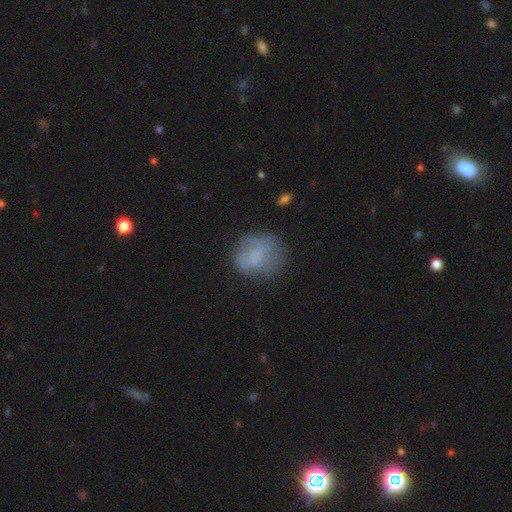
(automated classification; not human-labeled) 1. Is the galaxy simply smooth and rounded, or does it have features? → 66% smooth, 24% featured or disk, 11% star or artifact.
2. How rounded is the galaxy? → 70% round, 29% in between, 1% cigar-shaped.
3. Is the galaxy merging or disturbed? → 60% none, 24% minor disturbance, 14% major disturbance, 2% merger.